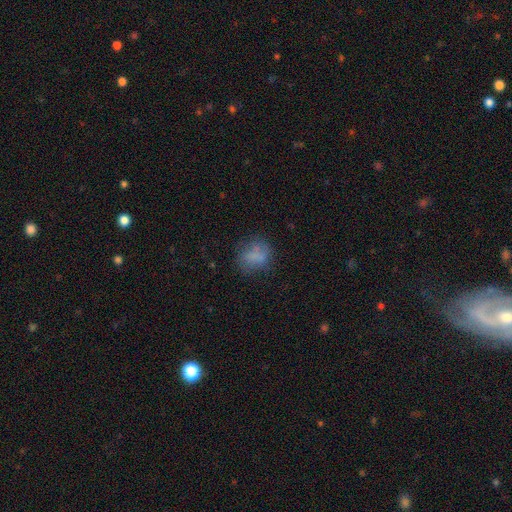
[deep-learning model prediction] smooth_or_featured: smooth (p=0.70) [alt: featured or disk p=0.19]
how_rounded: round (p=0.54) [alt: in between p=0.44]
merging: none (p=0.58) [alt: minor disturbance p=0.23]